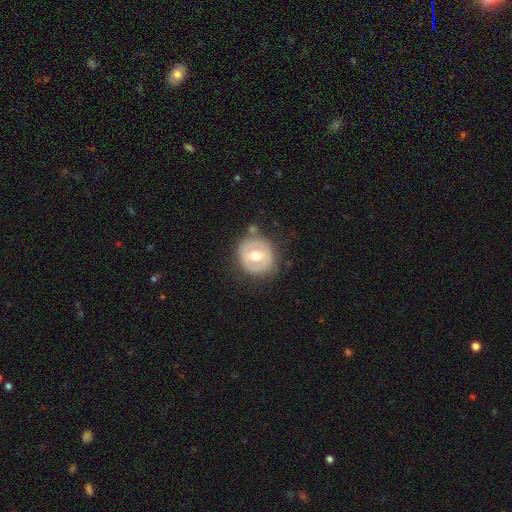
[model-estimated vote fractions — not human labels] Morphology: type=featured or disk (53%); edge-on=no (96%); bar=weak (41%); spiral arms=no (72%); bulge=moderate (78%); merging=none (73%).